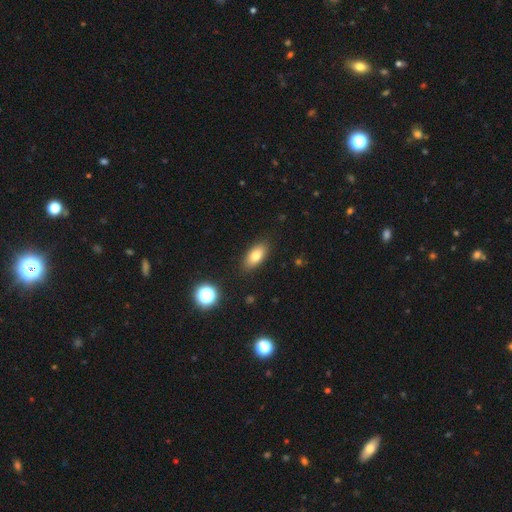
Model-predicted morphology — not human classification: smooth 79%, featured or disk 12%, star or artifact 9%. Down the decision tree: how rounded — in between (87%); merging — none (87%).